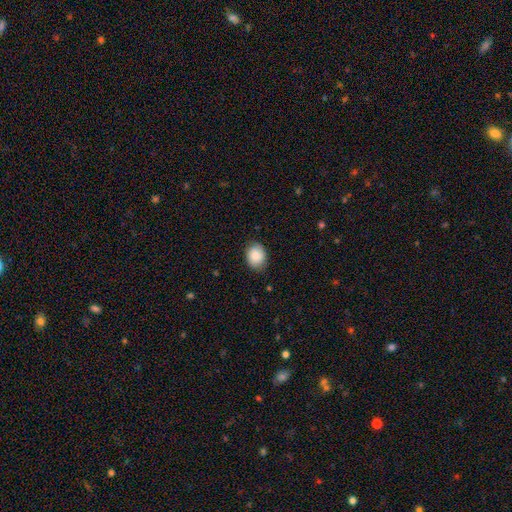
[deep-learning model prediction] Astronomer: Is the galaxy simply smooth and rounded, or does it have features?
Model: smooth — 86%.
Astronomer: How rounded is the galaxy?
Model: in between — 52% (runner-up: round, 47%).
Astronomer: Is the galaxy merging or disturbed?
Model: none — 82%.